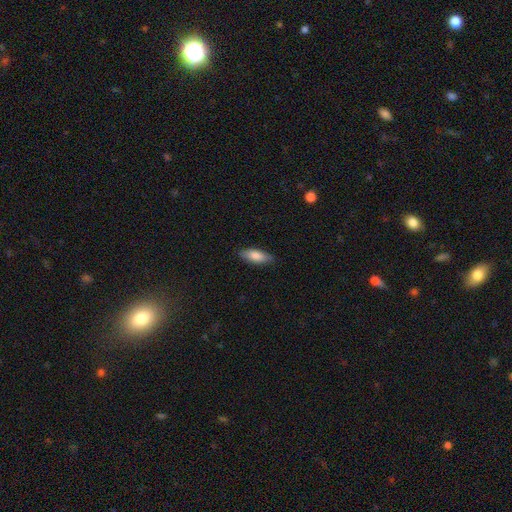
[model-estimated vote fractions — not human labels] The model was most divided on "how rounded": in between: 71%, cigar-shaped: 27%, round: 2%. More confident: merging — none (85%); smooth or featured — smooth (82%).